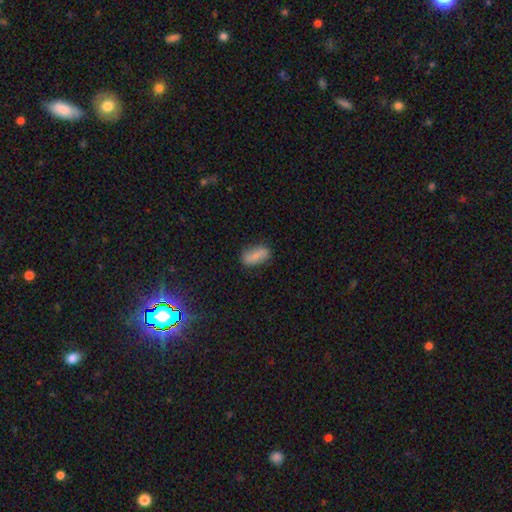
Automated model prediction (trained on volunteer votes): Q: Smooth or featured?
A: smooth (77%); runner-up: featured or disk (15%)
Q: How rounded?
A: in between (84%); runner-up: cigar-shaped (12%)
Q: Merging?
A: none (76%); runner-up: minor disturbance (18%)